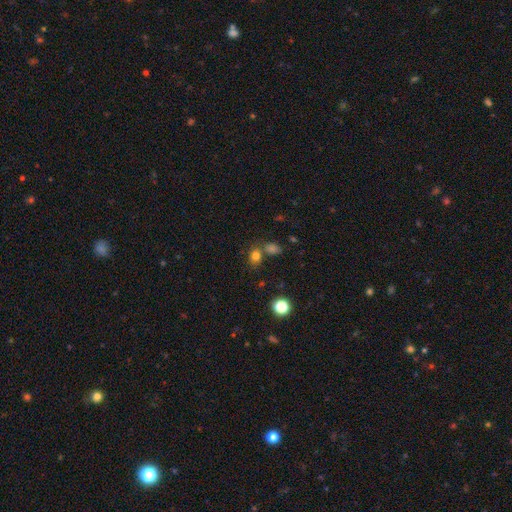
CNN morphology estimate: The model was most divided on "how rounded": round: 57%, in between: 42%, cigar-shaped: 1%. More confident: smooth or featured — smooth (76%); merging — none (62%).